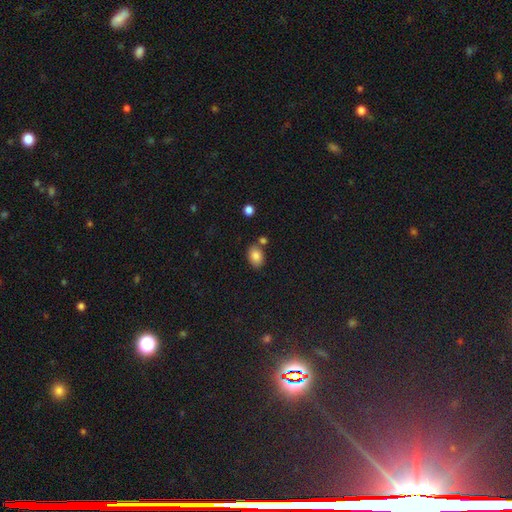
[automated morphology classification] smooth-or-featured: smooth: 84% | star or artifact: 9% | featured or disk: 7%
  how-rounded: in between: 78% | round: 21% | cigar-shaped: 1%
  merging: none: 72% | minor disturbance: 14% | merger: 12% | major disturbance: 3%